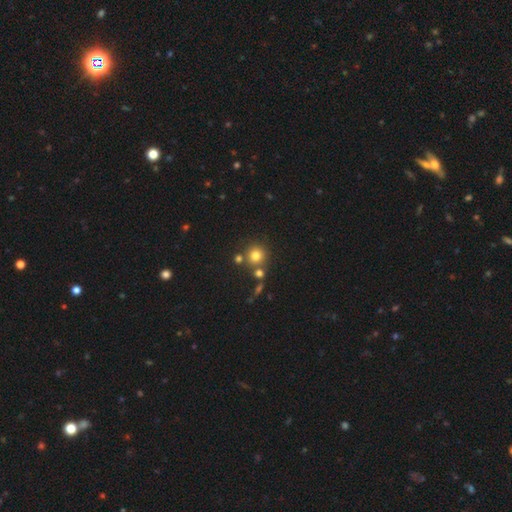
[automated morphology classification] Smooth or featured?
  - smooth: 77% *
  - star or artifact: 15%
  - featured or disk: 8%
How rounded?
  - round: 92% *
  - in between: 7%
  - cigar-shaped: 1%
Merging?
  - none: 72% *
  - merger: 16%
  - minor disturbance: 8%
  - major disturbance: 3%